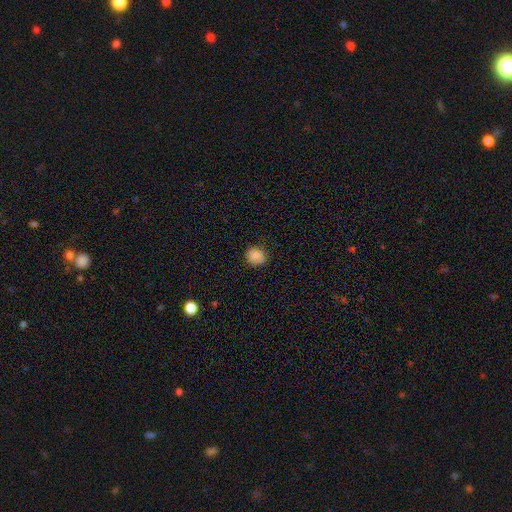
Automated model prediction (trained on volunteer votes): This appears to be a smooth galaxy with no disk features (84%) that is round (79%). Merging: none (80%).